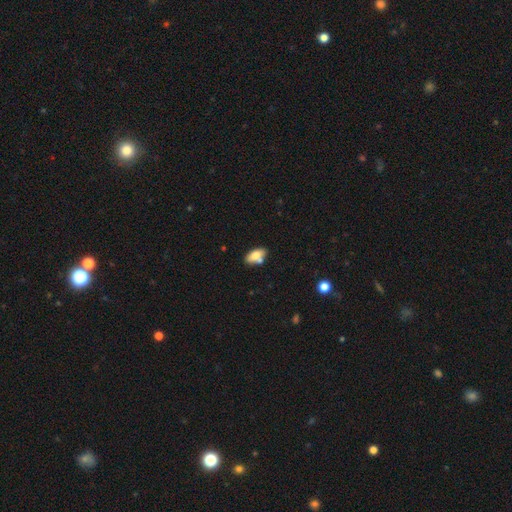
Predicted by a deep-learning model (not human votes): Smooth or featured? Predicted: smooth (p=0.74). How rounded? Predicted: in between (p=0.90). Merging? Predicted: none (p=0.62).